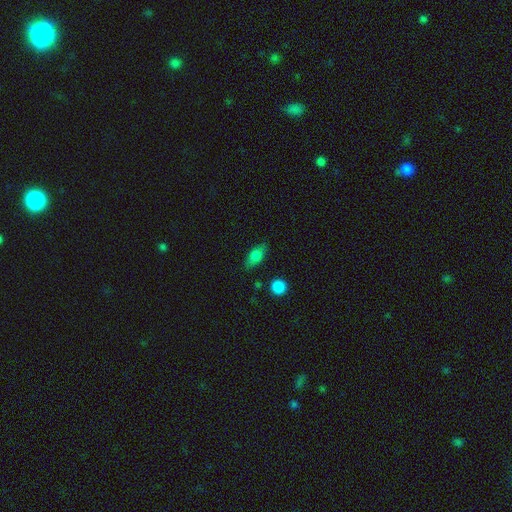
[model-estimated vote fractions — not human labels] Smooth or featured: smooth — 74% (featured or disk — 18%)
How rounded: in between — 80% (cigar-shaped — 13%)
Merging: none — 80% (minor disturbance — 14%)